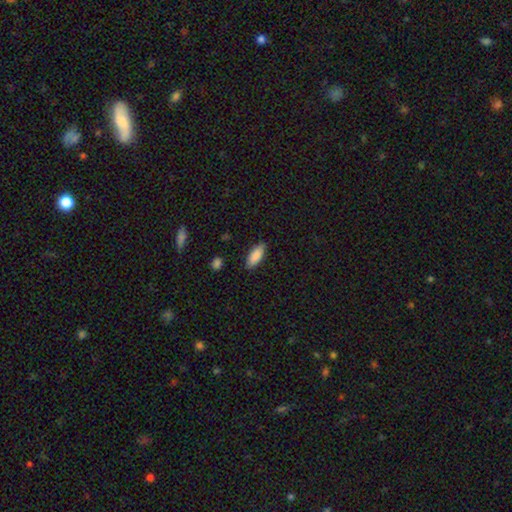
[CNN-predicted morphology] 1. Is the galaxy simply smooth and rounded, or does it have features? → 87% smooth, 7% featured or disk, 6% star or artifact.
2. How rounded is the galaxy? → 79% in between, 20% cigar-shaped, 2% round.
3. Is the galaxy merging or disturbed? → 85% none, 11% minor disturbance, 2% major disturbance, 1% merger.